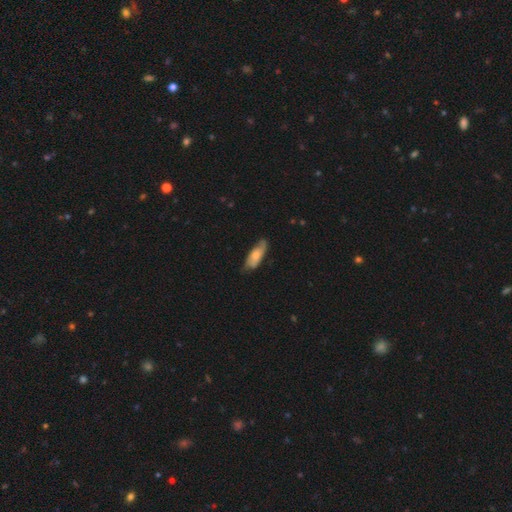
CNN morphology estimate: smooth_or_featured: smooth (p=0.60) [alt: featured or disk p=0.34]
how_rounded: in between (p=0.68) [alt: cigar-shaped p=0.30]
merging: none (p=0.69) [alt: minor disturbance p=0.25]